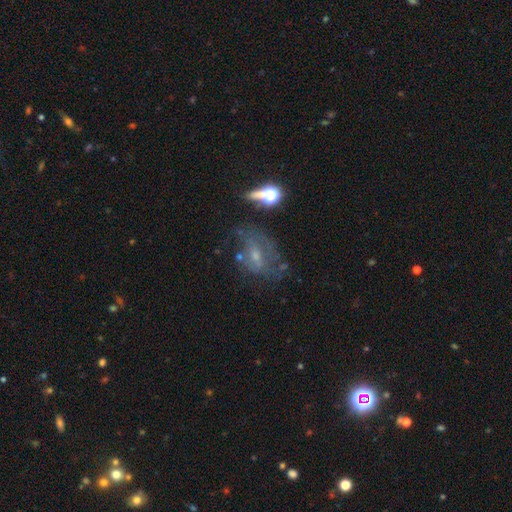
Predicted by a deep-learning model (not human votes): Smooth or featured: featured or disk — 57% (smooth — 25%)
Edge-on disk: no — 93% (yes — 7%)
Bar: no — 50% (weak — 38%)
Spiral arms: yes — 51% (no — 49%)
Bulge size: small — 55% (moderate — 32%)
Merging: none — 45% (major disturbance — 25%)